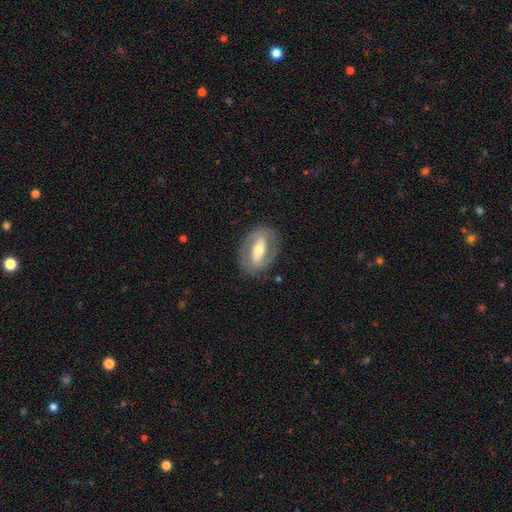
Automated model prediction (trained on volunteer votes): smooth_or_featured: featured or disk (p=0.72) [alt: smooth p=0.23]
disk_edge_on: no (p=0.91) [alt: yes p=0.09]
bar: strong (p=0.55) [alt: weak p=0.27]
has_spiral_arms: yes (p=0.61) [alt: no p=0.39]
bulge_size: moderate (p=0.64) [alt: small p=0.25]
merging: none (p=0.81) [alt: minor disturbance p=0.12]